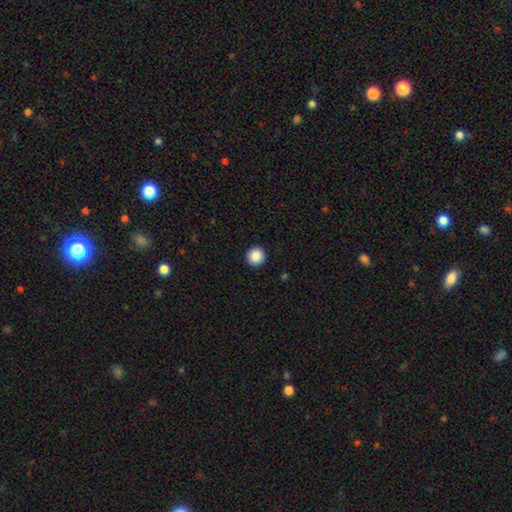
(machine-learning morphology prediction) Smooth or featured?
  - smooth: 88% *
  - star or artifact: 9%
  - featured or disk: 3%
How rounded?
  - round: 96% *
  - in between: 4%
  - cigar-shaped: 1%
Merging?
  - none: 93% *
  - minor disturbance: 4%
  - major disturbance: 1%
  - merger: 1%